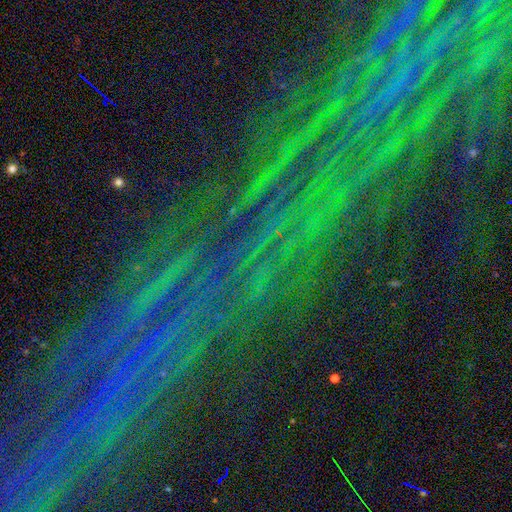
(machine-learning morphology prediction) A star or artifact, not a galaxy (84%).

Vote fractions:
- Smooth or featured? star or artifact: 84% / featured or disk: 8% / smooth: 8%